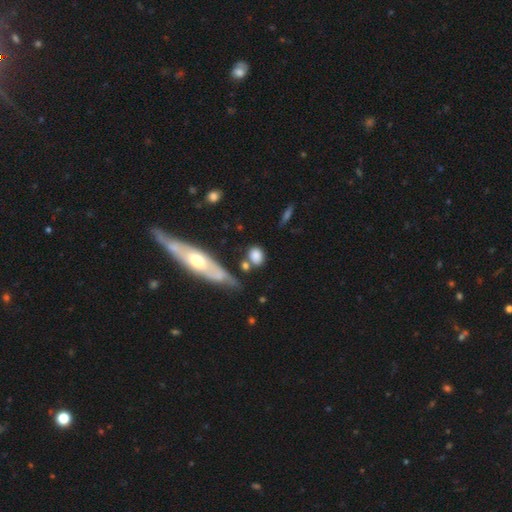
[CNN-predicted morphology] Smooth or featured? Predicted: smooth (p=0.80). How rounded? Predicted: in between (p=0.49). Merging? Predicted: none (p=0.61).